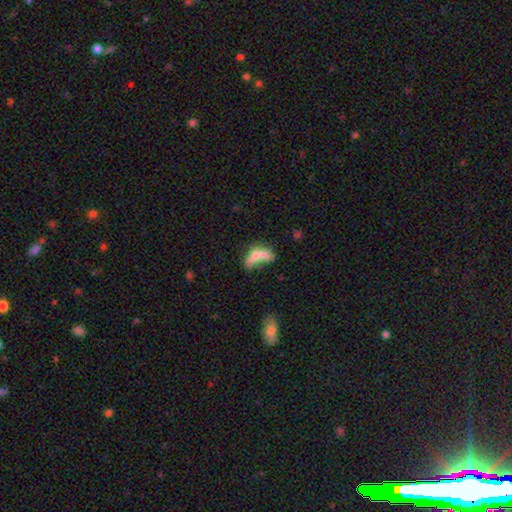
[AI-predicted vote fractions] smooth-or-featured: smooth: 65% | featured or disk: 25% | star or artifact: 10%
  how-rounded: in between: 73% | round: 19% | cigar-shaped: 8%
  merging: merger: 68% | none: 16% | major disturbance: 9% | minor disturbance: 8%